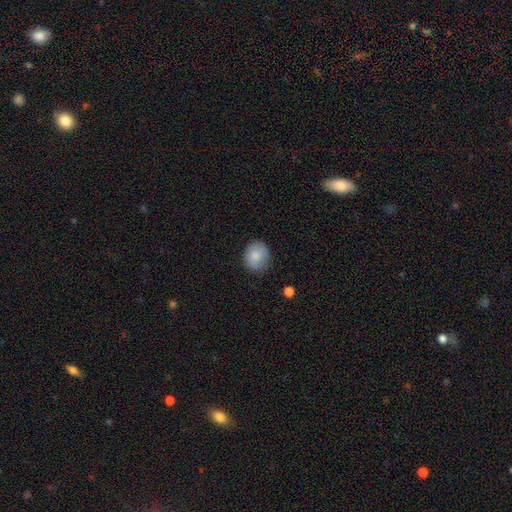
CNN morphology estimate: A smooth galaxy with no disk features (83%) that is round (70%). Merging: none (75%).